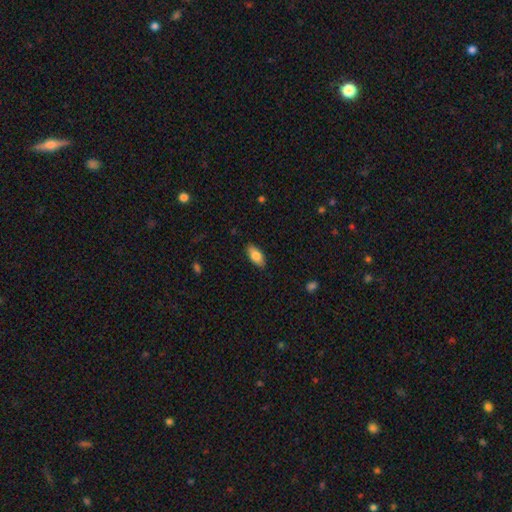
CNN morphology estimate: This is clearly a smooth galaxy (81%). How rounded: clearly in between (87%). Merging: clearly none (86%).